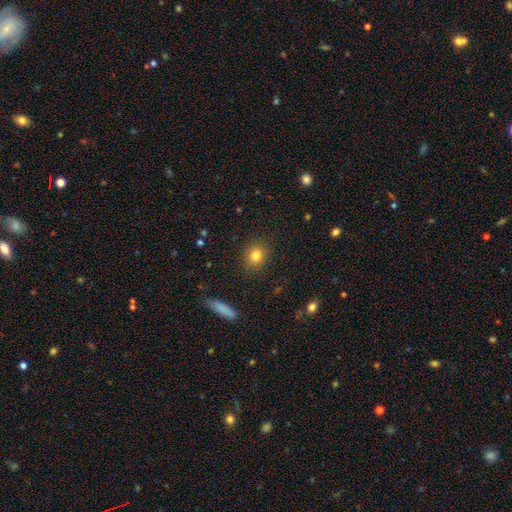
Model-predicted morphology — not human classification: Smooth or featured? Predicted: smooth (p=0.82). How rounded? Predicted: round (p=0.74). Merging? Predicted: none (p=0.88).